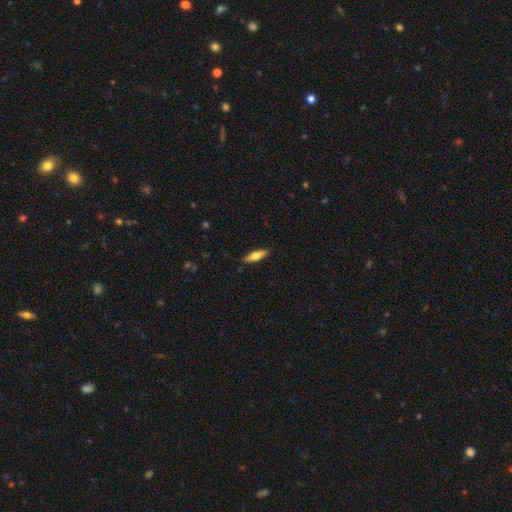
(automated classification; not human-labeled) A smooth galaxy with no disk features (61%) that is cigar-shaped (57%).

Vote fractions:
- Smooth or featured? smooth: 61% / featured or disk: 33% / star or artifact: 6%
- How rounded? cigar-shaped: 57% / in between: 41% / round: 2%
- Merging? none: 89% / minor disturbance: 8% / major disturbance: 2% / merger: 1%